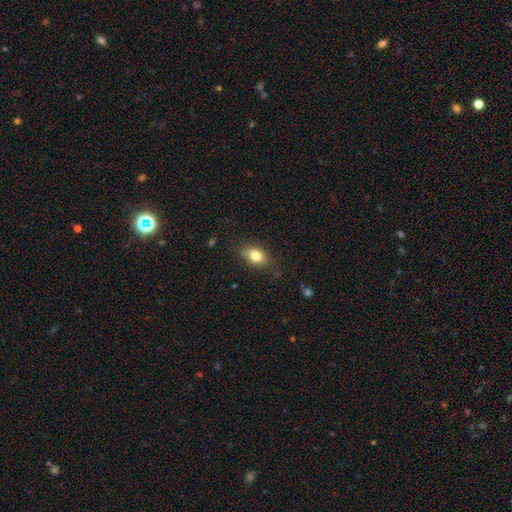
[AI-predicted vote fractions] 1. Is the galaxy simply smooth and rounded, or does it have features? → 81% smooth, 10% featured or disk, 9% star or artifact.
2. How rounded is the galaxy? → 81% in between, 17% round, 2% cigar-shaped.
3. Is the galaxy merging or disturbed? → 82% none, 14% minor disturbance, 3% major disturbance, 1% merger.